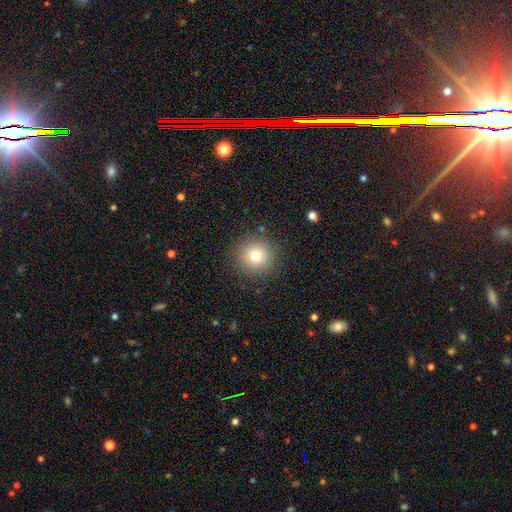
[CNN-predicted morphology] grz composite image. It shows a smooth galaxy with no disk features (78%) that is round (95%). Merging: none (89%).